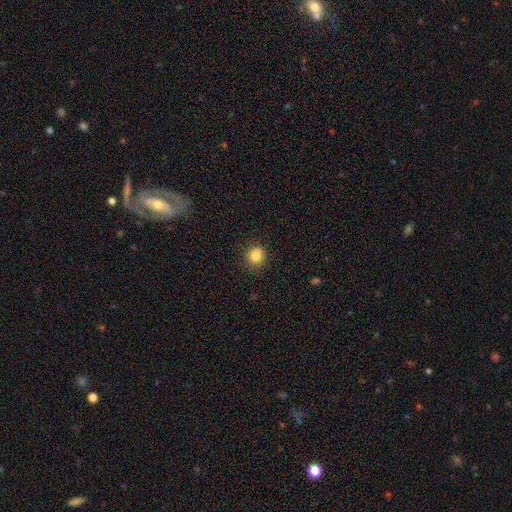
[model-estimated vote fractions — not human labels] A smooth galaxy with no disk features (83%) that is round (82%).

Vote fractions:
- Smooth or featured? smooth: 83% / star or artifact: 11% / featured or disk: 5%
- How rounded? round: 82% / in between: 17% / cigar-shaped: 1%
- Merging? none: 84% / minor disturbance: 12% / major disturbance: 3% / merger: 2%